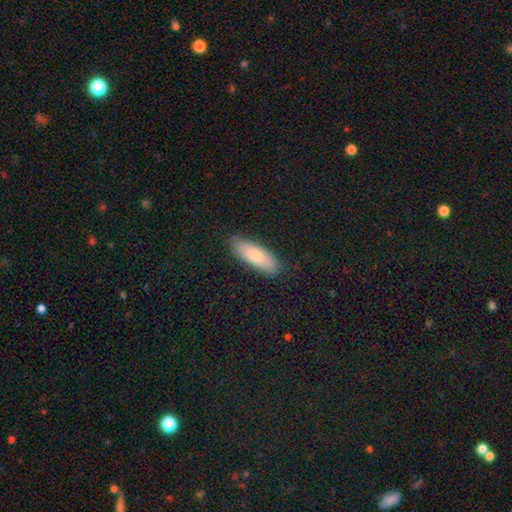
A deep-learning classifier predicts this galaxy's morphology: smooth-or-featured: smooth: 82% | featured or disk: 13% | star or artifact: 6%
  how-rounded: in between: 56% | cigar-shaped: 43% | round: 2%
  merging: none: 87% | minor disturbance: 10% | major disturbance: 2% | merger: 1%